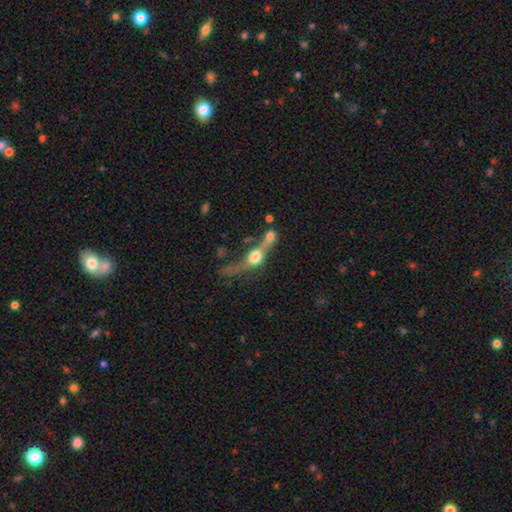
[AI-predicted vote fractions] The model was most divided on "merging": merger: 44%, none: 26%, major disturbance: 18%, minor disturbance: 12%. More confident: edge-on disk — yes (66%); smooth or featured — featured or disk (53%).